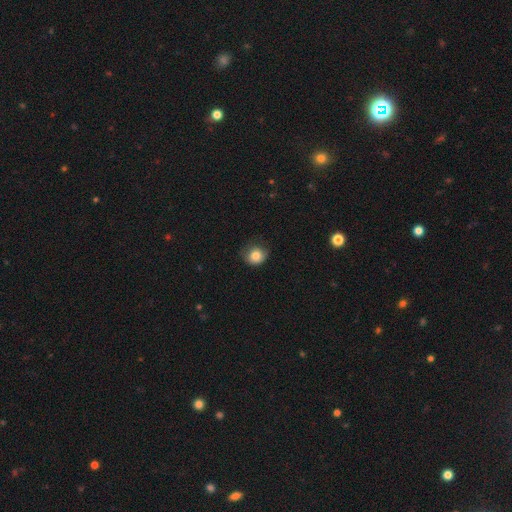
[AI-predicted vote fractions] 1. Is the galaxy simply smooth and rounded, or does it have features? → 80% smooth, 10% featured or disk, 10% star or artifact.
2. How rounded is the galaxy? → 78% round, 21% in between, 1% cigar-shaped.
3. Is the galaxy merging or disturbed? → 63% none, 27% minor disturbance, 9% major disturbance, 1% merger.